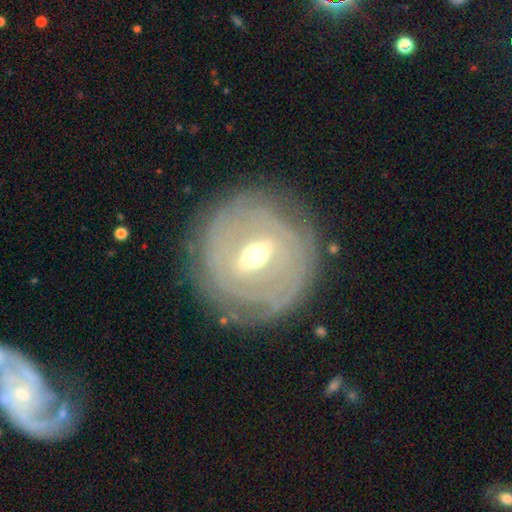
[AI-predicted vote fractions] Smooth or featured? Predicted: featured or disk (p=0.81). Edge-on disk? Predicted: no (p=0.91). Bar? Predicted: strong (p=0.48). Spiral arms? Predicted: yes (p=0.75). Spiral winding? Predicted: tight (p=0.79). Spiral arm count? Predicted: can't tell (p=0.54). Bulge size? Predicted: moderate (p=0.70). Merging? Predicted: none (p=0.78).